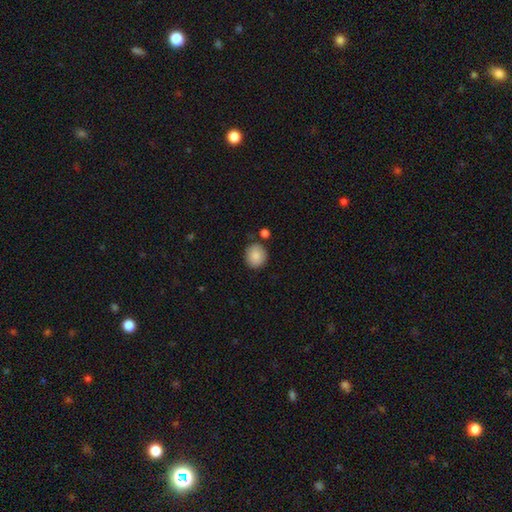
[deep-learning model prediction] Smooth or featured? smooth (88%)
How rounded? round (81%)
Merging? none (80%)